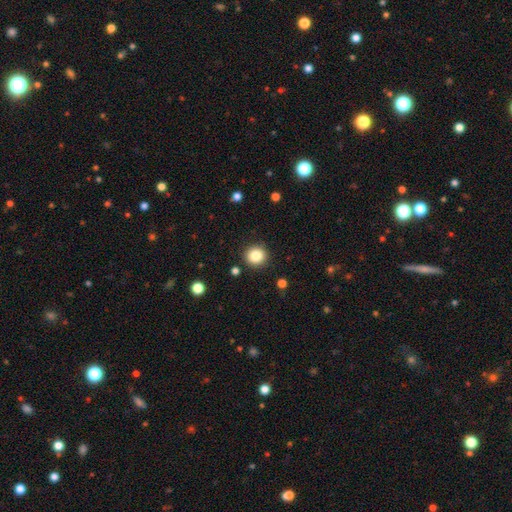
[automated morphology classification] smooth 84%, star or artifact 10%, featured or disk 6%. Down the decision tree: how rounded — round (91%); merging — none (91%).